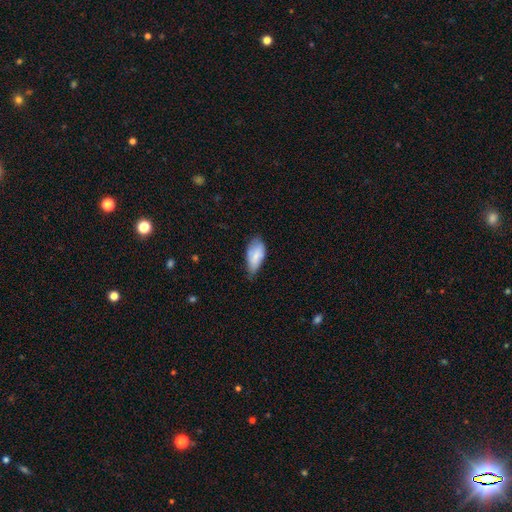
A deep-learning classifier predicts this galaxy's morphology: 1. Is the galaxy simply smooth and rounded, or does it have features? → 77% smooth, 16% featured or disk, 7% star or artifact.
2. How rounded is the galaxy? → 91% in between, 7% cigar-shaped, 2% round.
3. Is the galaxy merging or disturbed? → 46% none, 44% minor disturbance, 9% major disturbance, 2% merger.